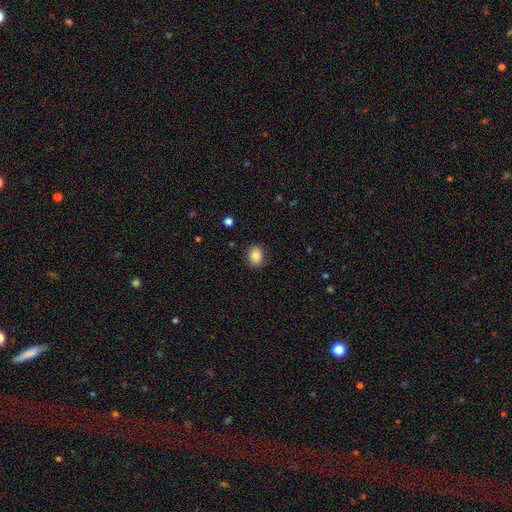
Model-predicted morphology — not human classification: Overall: smooth (83%). How rounded: in between (52%; round 47%). Merging: none (86%).